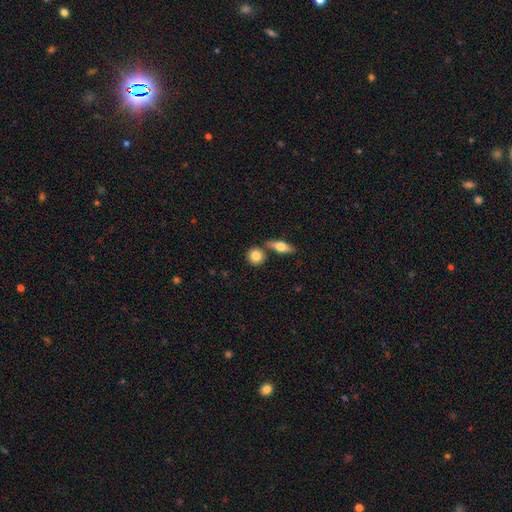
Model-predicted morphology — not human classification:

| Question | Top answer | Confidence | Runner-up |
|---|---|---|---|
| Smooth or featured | smooth | 81% | featured or disk (12%) |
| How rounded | round | 81% | in between (16%) |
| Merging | none | 66% | merger (22%) |